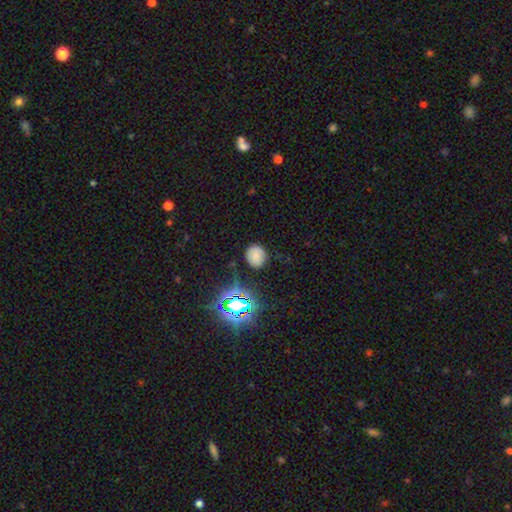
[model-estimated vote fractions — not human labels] A smooth galaxy with no disk features (71%) that is round (72%). Merging: none (78%).